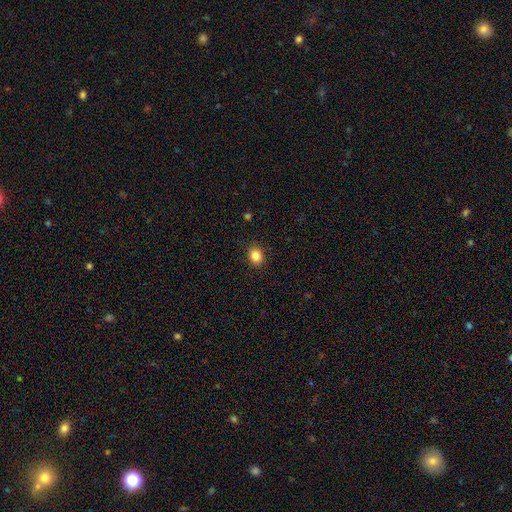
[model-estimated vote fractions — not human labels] smooth_or_featured: smooth (p=0.85) [alt: star or artifact p=0.10]
how_rounded: round (p=0.63) [alt: in between p=0.36]
merging: none (p=0.89) [alt: minor disturbance p=0.07]